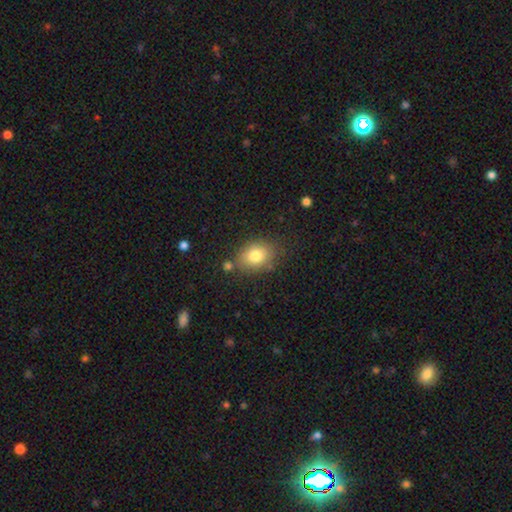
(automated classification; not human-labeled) Smooth or featured: smooth — 80% (featured or disk — 10%)
How rounded: in between — 63% (round — 36%)
Merging: none — 74% (minor disturbance — 15%)